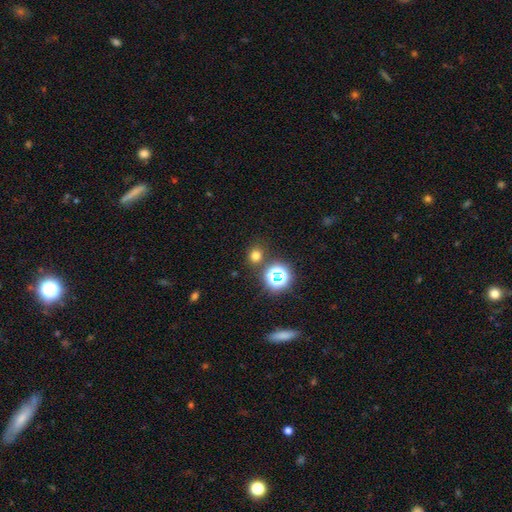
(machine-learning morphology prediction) smooth 71%, star or artifact 24%, featured or disk 5%. Down the decision tree: how rounded — round (78%); merging — none (82%).